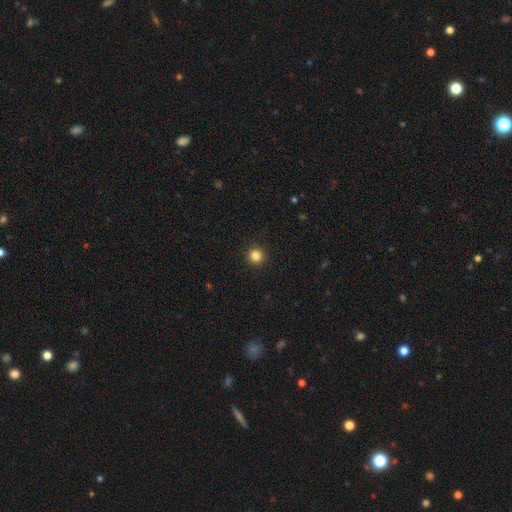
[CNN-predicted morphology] Smooth or featured?
  - smooth: 85% *
  - star or artifact: 12%
  - featured or disk: 4%
How rounded?
  - round: 94% *
  - in between: 5%
  - cigar-shaped: 1%
Merging?
  - none: 93% *
  - minor disturbance: 5%
  - major disturbance: 2%
  - merger: 1%